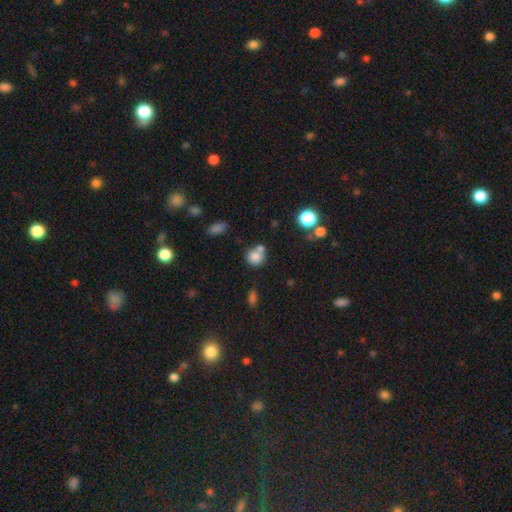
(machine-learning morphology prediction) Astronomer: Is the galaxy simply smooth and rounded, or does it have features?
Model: smooth — 78%.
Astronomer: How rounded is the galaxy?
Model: round — 80%.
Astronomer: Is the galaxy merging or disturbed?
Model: none — 47% (runner-up: merger, 36%).